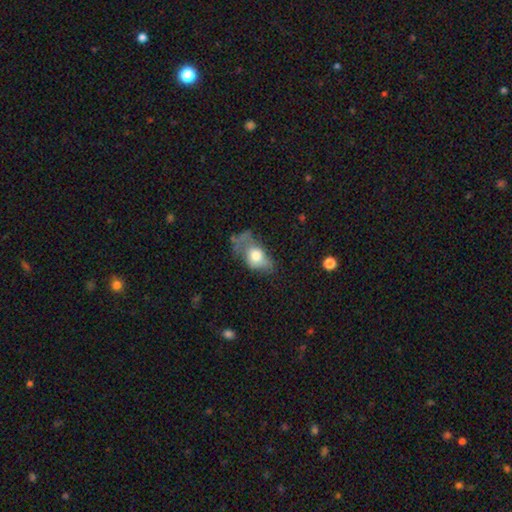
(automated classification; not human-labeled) Smooth or featured: smooth — 64% (featured or disk — 27%)
How rounded: in between — 79% (round — 19%)
Merging: major disturbance — 46% (minor disturbance — 25%)